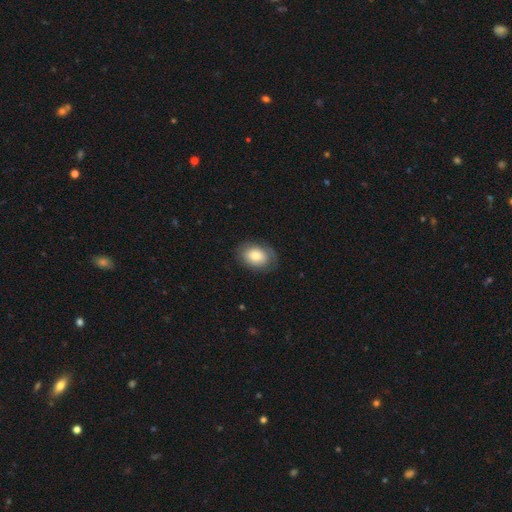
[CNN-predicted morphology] type=smooth (76%); roundness=in between (78%); merging=none (79%).